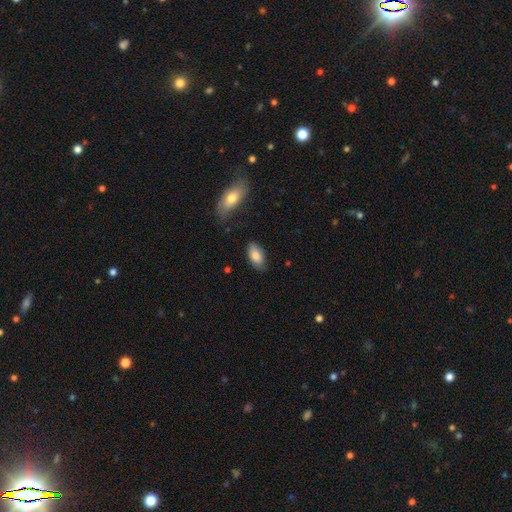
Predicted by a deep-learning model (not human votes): Smooth or featured?
  - smooth: 83% *
  - featured or disk: 10%
  - star or artifact: 6%
How rounded?
  - in between: 93% *
  - cigar-shaped: 5%
  - round: 2%
Merging?
  - none: 79% *
  - minor disturbance: 16%
  - major disturbance: 3%
  - merger: 2%